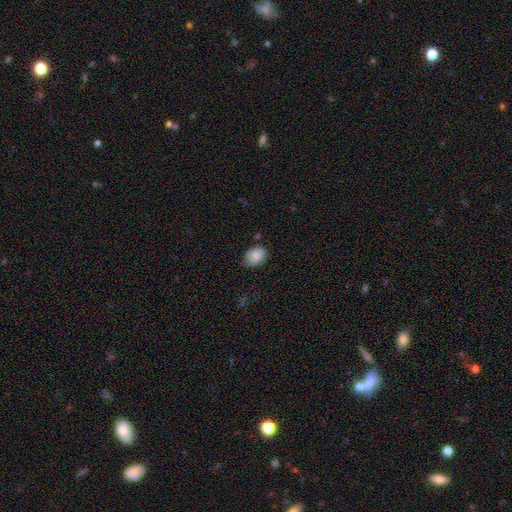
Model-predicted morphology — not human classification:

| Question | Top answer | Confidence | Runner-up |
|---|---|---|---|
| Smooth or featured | smooth | 84% | featured or disk (8%) |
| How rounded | in between | 70% | round (29%) |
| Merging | none | 67% | minor disturbance (26%) |